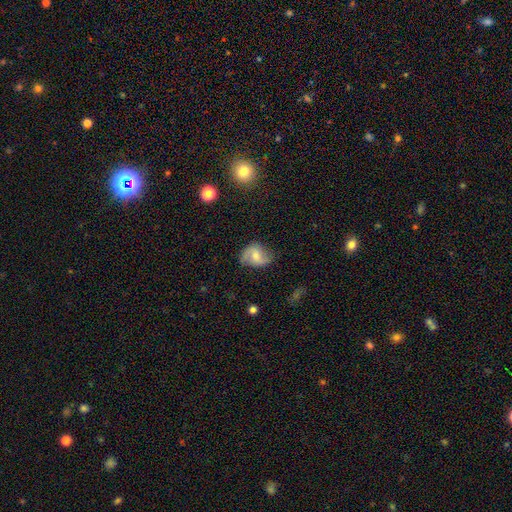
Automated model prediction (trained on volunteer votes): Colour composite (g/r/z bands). It shows a featured or disk galaxy (51%). Merging: none (61%).